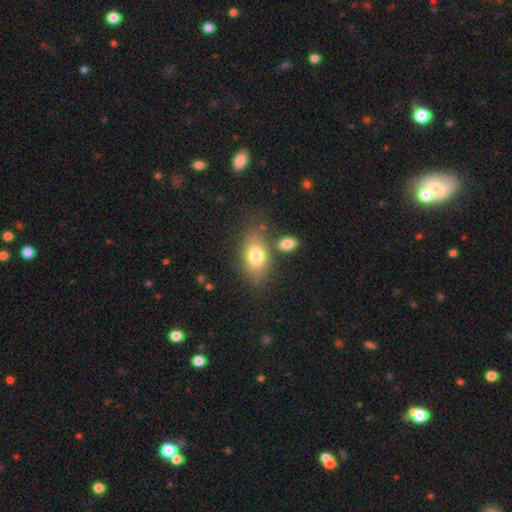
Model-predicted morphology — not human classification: Smooth or featured? Predicted: smooth (p=0.76). How rounded? Predicted: in between (p=0.83). Merging? Predicted: none (p=0.66).